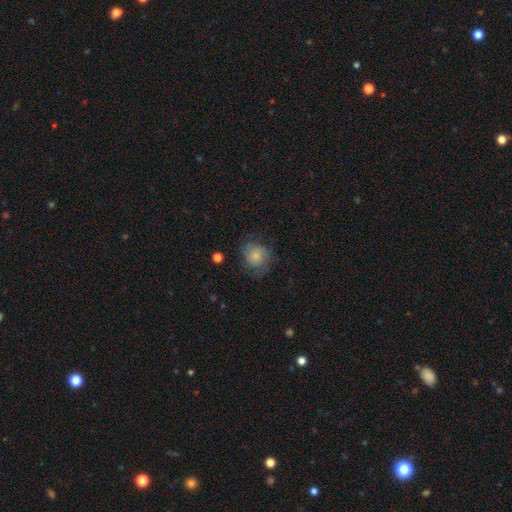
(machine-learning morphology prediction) Q: Smooth or featured?
A: smooth (67%); runner-up: featured or disk (25%)
Q: How rounded?
A: round (78%); runner-up: in between (21%)
Q: Merging?
A: none (63%); runner-up: minor disturbance (24%)